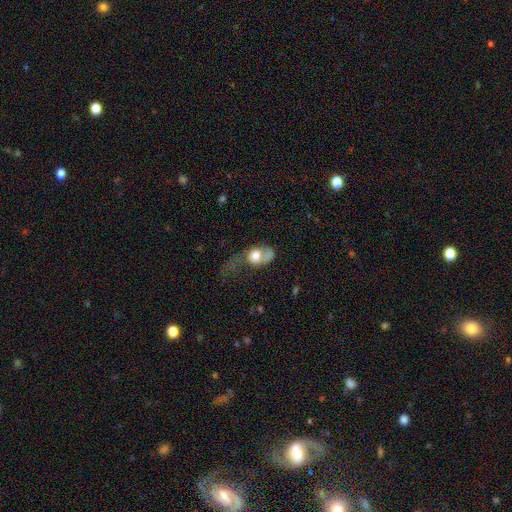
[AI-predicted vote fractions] This is possibly a smooth galaxy (56%). How rounded: likely in between (63%). Merging: possibly major disturbance (58%).